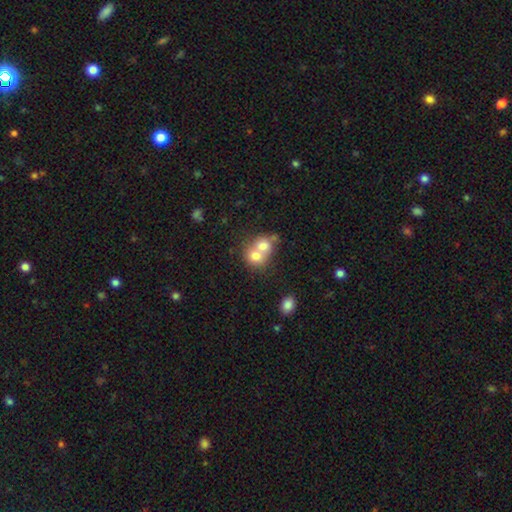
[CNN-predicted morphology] This is likely a smooth galaxy (70%). How rounded: likely round (69%). Merging: likely merger (73%).